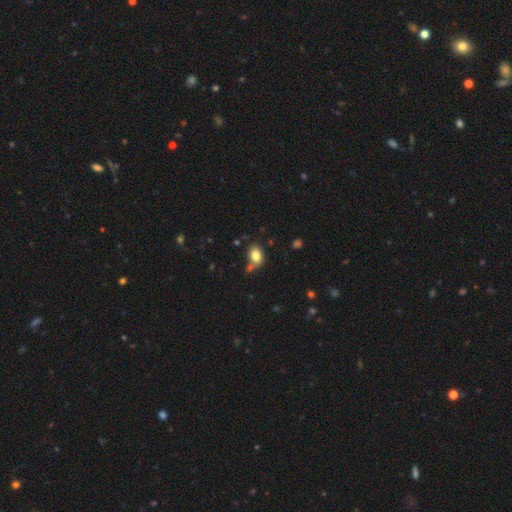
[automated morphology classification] Smooth or featured? smooth (82%)
How rounded? in between (78%)
Merging? none (66%)